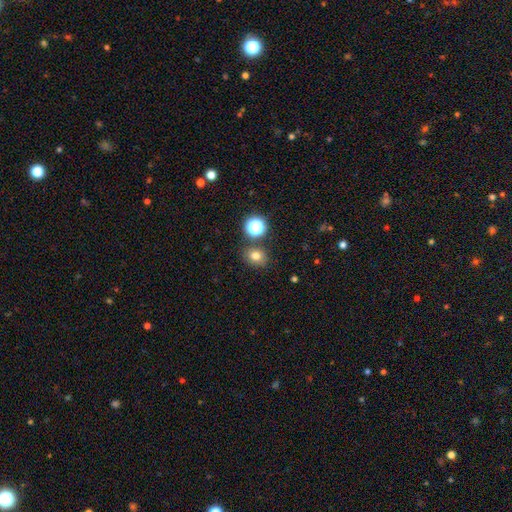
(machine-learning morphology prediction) This is likely a smooth galaxy (75%). How rounded: likely round (63%). Merging: likely none (80%).